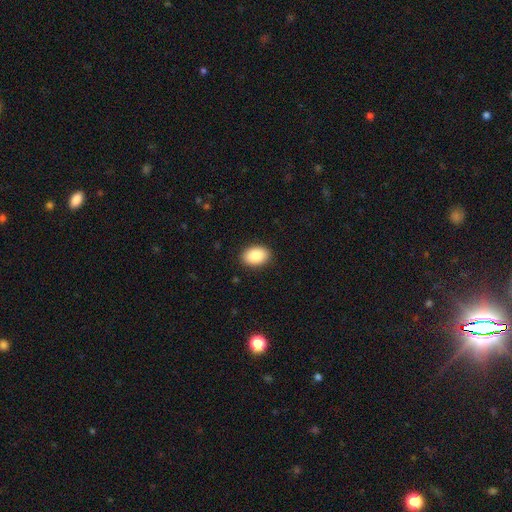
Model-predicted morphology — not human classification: Smooth or featured? Predicted: smooth (p=0.87). How rounded? Predicted: in between (p=0.84). Merging? Predicted: none (p=0.90).